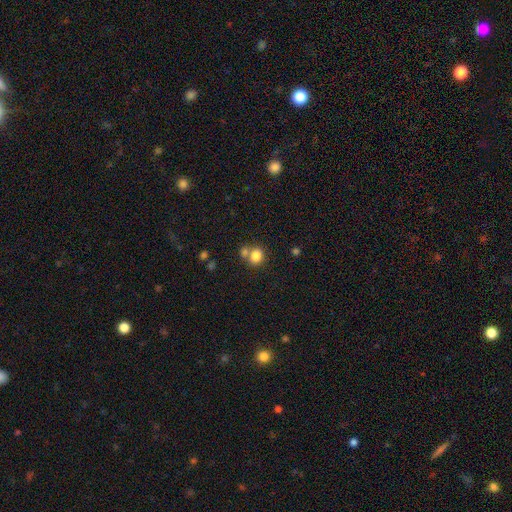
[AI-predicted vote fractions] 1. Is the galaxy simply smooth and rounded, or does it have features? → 82% smooth, 11% star or artifact, 7% featured or disk.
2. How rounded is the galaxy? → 66% round, 33% in between, 1% cigar-shaped.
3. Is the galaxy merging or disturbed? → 52% none, 34% merger, 10% minor disturbance, 4% major disturbance.